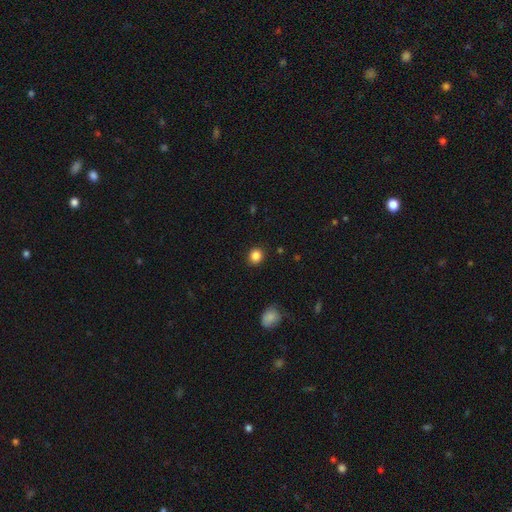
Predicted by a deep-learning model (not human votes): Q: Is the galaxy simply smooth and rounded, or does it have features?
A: smooth — 86%.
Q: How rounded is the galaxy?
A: round — 83%.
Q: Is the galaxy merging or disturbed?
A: none — 91%.